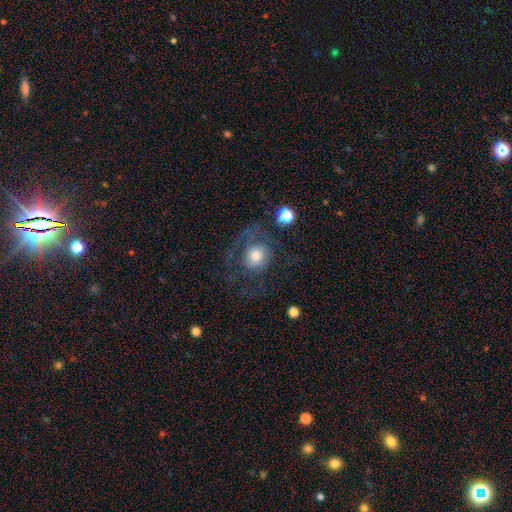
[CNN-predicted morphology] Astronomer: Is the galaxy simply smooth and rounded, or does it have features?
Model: smooth — 49% (runner-up: featured or disk, 41%).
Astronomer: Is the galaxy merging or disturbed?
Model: none — 44% (runner-up: major disturbance, 35%).